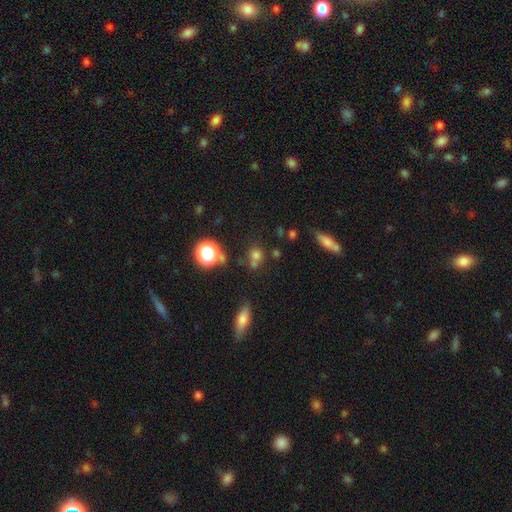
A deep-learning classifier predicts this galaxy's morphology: Q: Smooth or featured?
A: smooth (68%); runner-up: star or artifact (23%)
Q: How rounded?
A: round (73%); runner-up: in between (25%)
Q: Merging?
A: none (57%); runner-up: merger (21%)